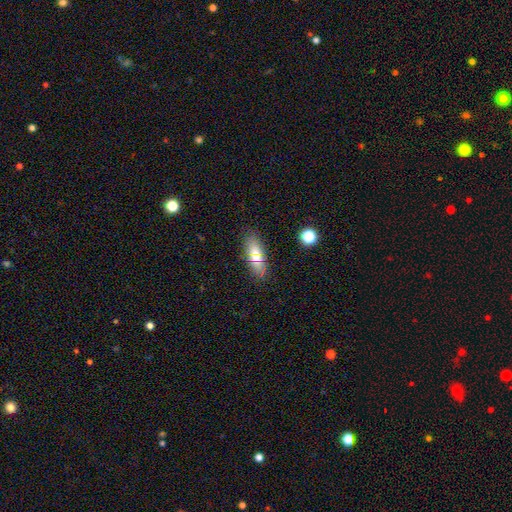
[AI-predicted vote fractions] Morphology: type=smooth (67%); roundness=in between (67%); merging=none (86%).